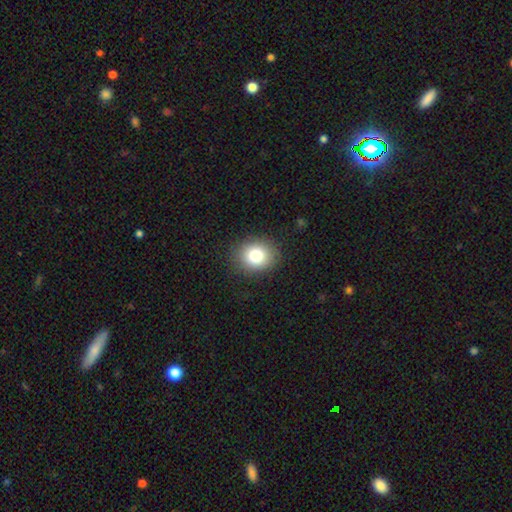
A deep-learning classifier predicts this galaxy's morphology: Q: Smooth or featured?
A: smooth (80%); runner-up: star or artifact (11%)
Q: How rounded?
A: round (68%); runner-up: in between (31%)
Q: Merging?
A: none (88%); runner-up: minor disturbance (8%)